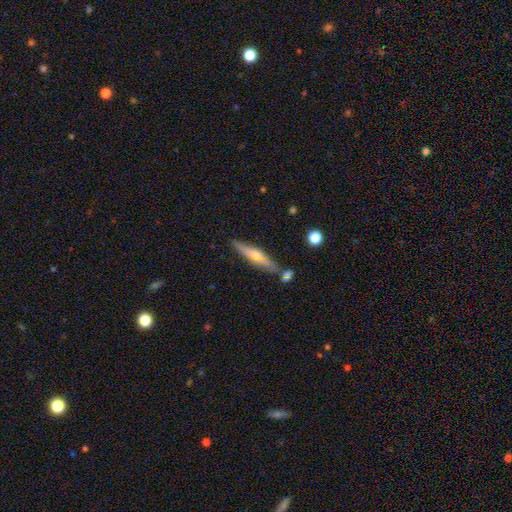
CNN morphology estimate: This is possibly a featured or disk galaxy (55%). It is clearly viewed edge-on (91%). Merging: likely none (76%).